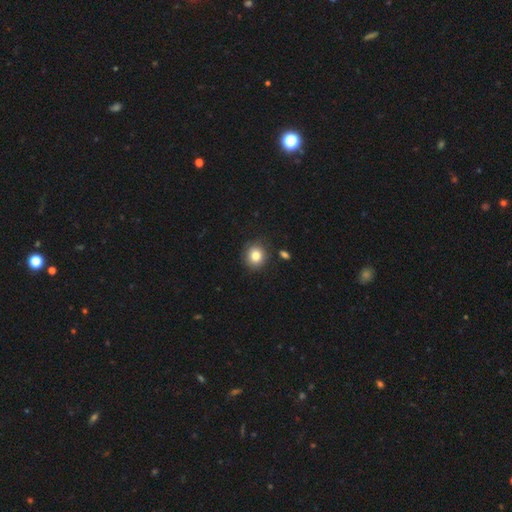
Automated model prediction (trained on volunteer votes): Smooth or featured: smooth — 82% (star or artifact — 10%)
How rounded: round — 83% (in between — 16%)
Merging: none — 85% (minor disturbance — 10%)